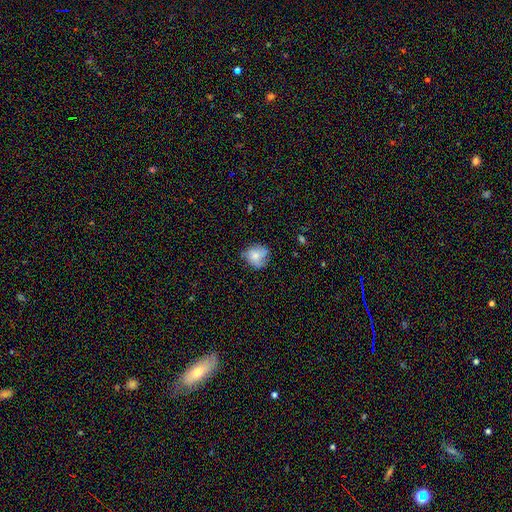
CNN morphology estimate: A smooth galaxy with no disk features (67%) that is round (74%). Merging: none (62%).